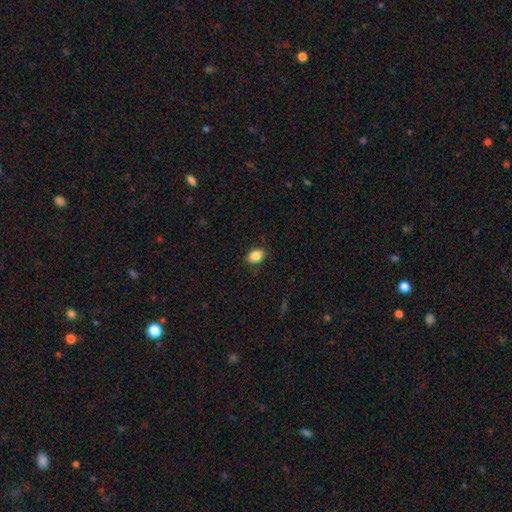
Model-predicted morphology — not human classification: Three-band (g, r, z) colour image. It shows a smooth galaxy with no disk features (85%) that is in between round and cigar-shaped (75%). Merging: none (83%).